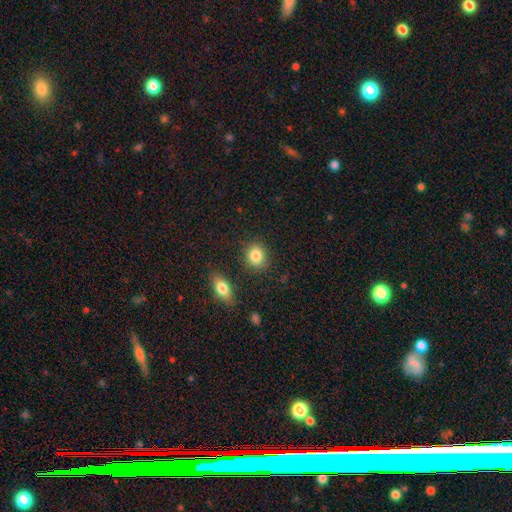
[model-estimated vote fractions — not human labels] Morphology: type=smooth (84%); roundness=round (65%); merging=none (82%).